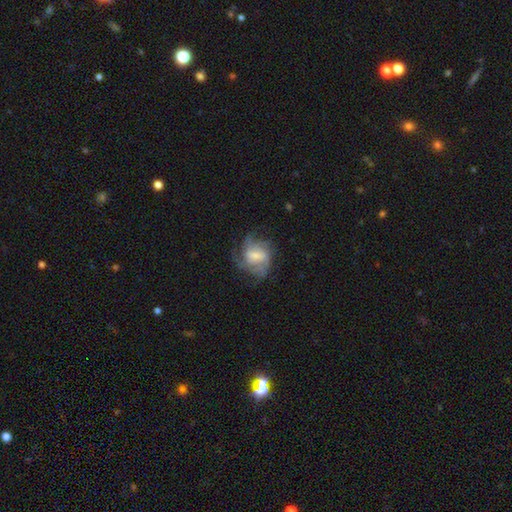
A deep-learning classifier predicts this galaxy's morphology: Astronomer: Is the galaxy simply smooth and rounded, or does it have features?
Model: featured or disk — 71%.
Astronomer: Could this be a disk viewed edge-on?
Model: no — 97%.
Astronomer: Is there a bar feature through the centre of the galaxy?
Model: weak — 53%.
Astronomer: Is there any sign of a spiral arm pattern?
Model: yes — 86%.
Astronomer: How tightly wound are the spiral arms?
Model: medium — 44% (runner-up: tight, 34%).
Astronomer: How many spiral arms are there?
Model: can't tell — 33% (runner-up: 3, 25%).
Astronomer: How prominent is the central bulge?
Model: moderate — 40% (runner-up: small, 33%).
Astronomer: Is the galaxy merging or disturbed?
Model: none — 53%.